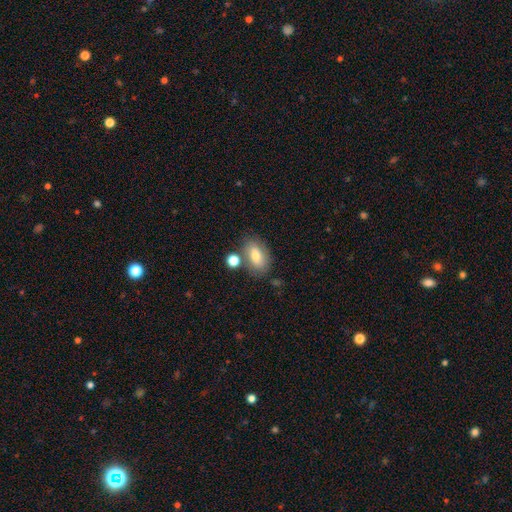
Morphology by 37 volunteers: smooth-or-featured: smooth: 84% | featured or disk: 11% | star or artifact: 5%
  how-rounded: in between: 94% | round: 6% | cigar-shaped: 0%
  merging: none: 80% | minor disturbance: 9% | major disturbance: 6% | merger: 6%